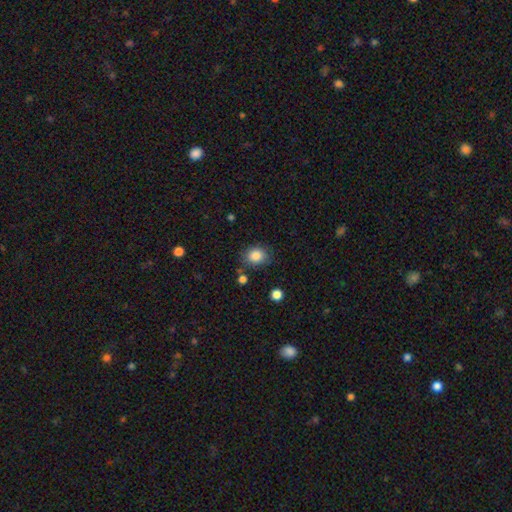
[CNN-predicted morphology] The model was most divided on "how rounded": round: 64%, in between: 35%, cigar-shaped: 1%. More confident: smooth or featured — smooth (85%); merging — none (77%).